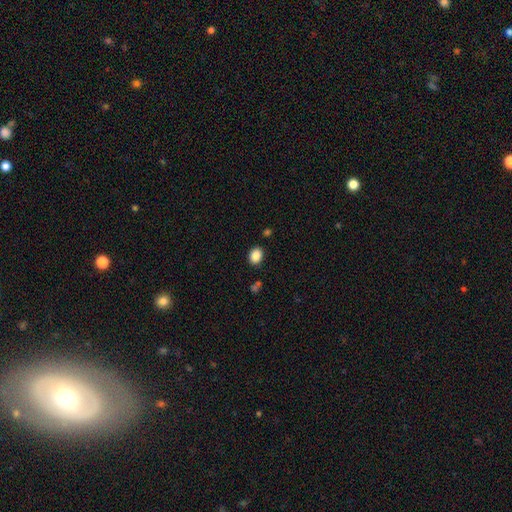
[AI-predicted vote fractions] Smooth or featured? smooth (87%)
How rounded? in between (61%)
Merging? none (86%)